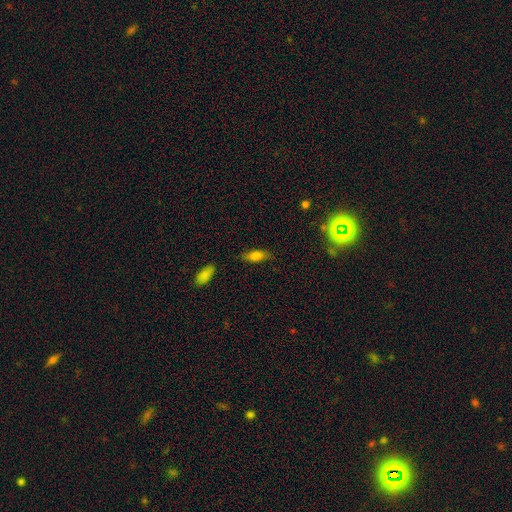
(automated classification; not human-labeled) Morphology: type=smooth (71%); roundness=in between (69%); merging=none (81%).